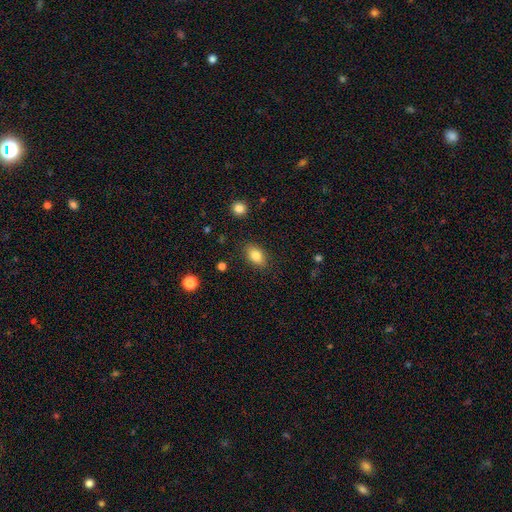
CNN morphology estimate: Smooth or featured? smooth (83%)
How rounded? in between (86%)
Merging? none (86%)